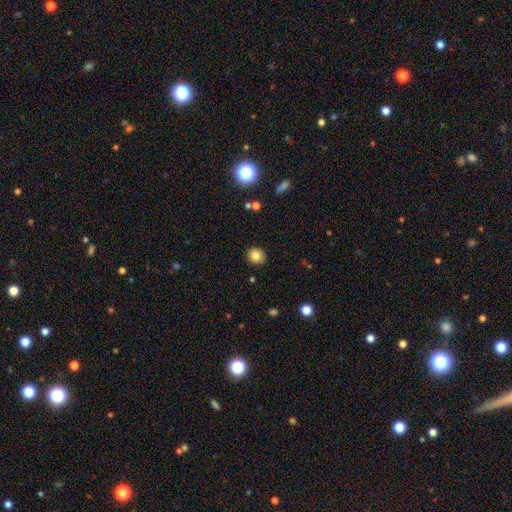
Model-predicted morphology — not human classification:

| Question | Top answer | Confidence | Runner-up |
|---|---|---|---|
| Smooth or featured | smooth | 82% | star or artifact (11%) |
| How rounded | round | 82% | in between (17%) |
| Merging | none | 90% | minor disturbance (6%) |